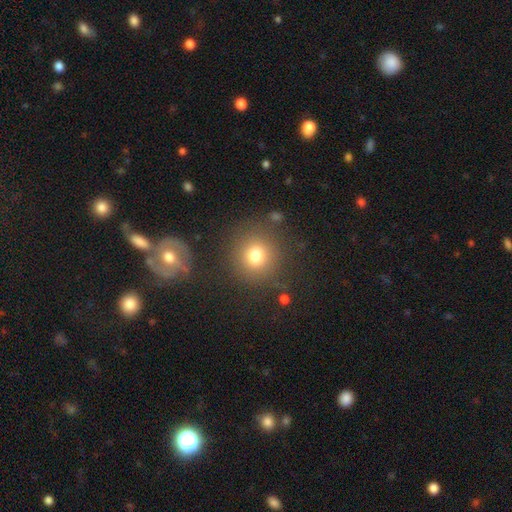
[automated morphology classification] smooth-or-featured: smooth: 76% | star or artifact: 14% | featured or disk: 10%
  how-rounded: round: 91% | in between: 8% | cigar-shaped: 1%
  merging: none: 83% | minor disturbance: 9% | major disturbance: 5% | merger: 3%